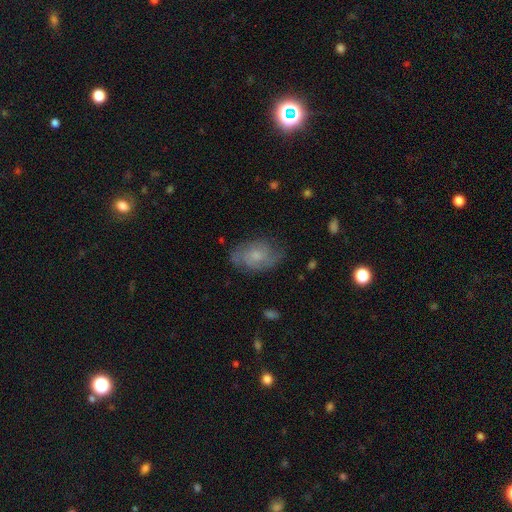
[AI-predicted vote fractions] This is possibly a featured or disk galaxy (55%). It is clearly not viewed edge-on (96%). Bar: likely no (74%). Spiral arm pattern: clearly yes (83%). Central bulge: possibly small (50%). Merging: likely none (68%).